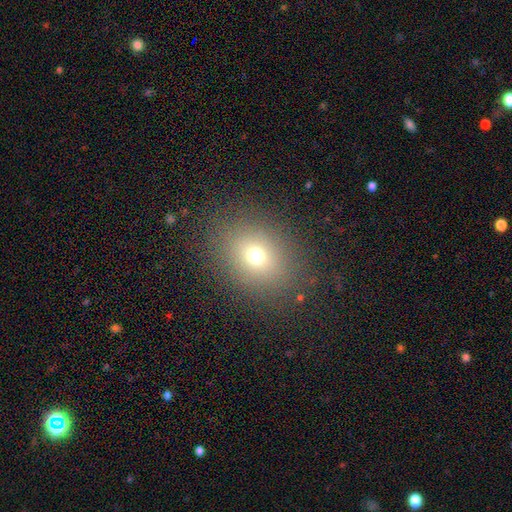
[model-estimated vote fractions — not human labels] A smooth galaxy with no disk features (69%) that is round (51%).

Vote fractions:
- Smooth or featured? smooth: 69% / star or artifact: 18% / featured or disk: 13%
- How rounded? round: 51% / in between: 48% / cigar-shaped: 1%
- Merging? none: 83% / minor disturbance: 10% / major disturbance: 6% / merger: 1%